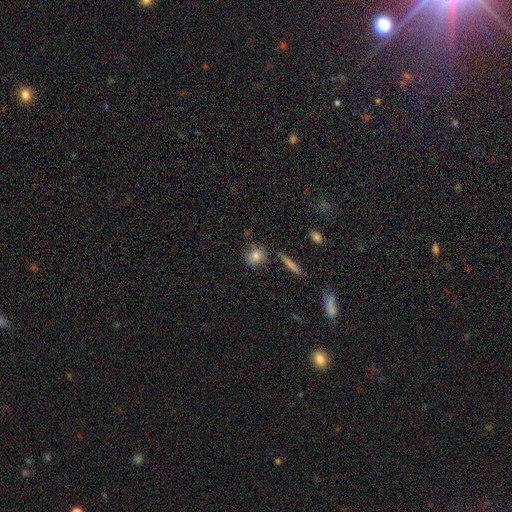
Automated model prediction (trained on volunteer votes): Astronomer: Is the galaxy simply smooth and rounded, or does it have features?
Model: smooth — 76%.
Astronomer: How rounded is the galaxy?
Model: round — 75%.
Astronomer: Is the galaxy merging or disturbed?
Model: none — 74%.